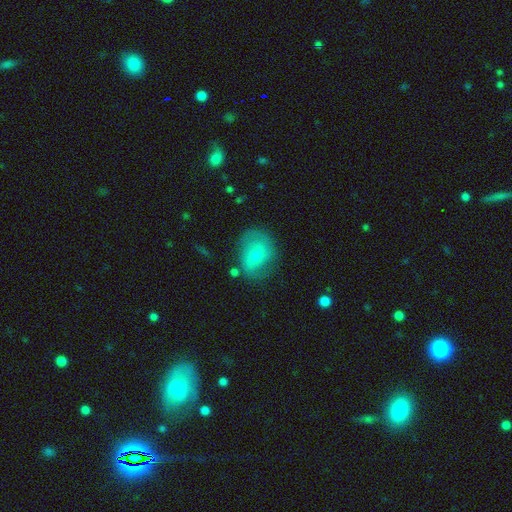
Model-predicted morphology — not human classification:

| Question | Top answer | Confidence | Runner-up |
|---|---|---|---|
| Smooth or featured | smooth | 48% | featured or disk (43%) |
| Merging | none | 67% | minor disturbance (22%) |